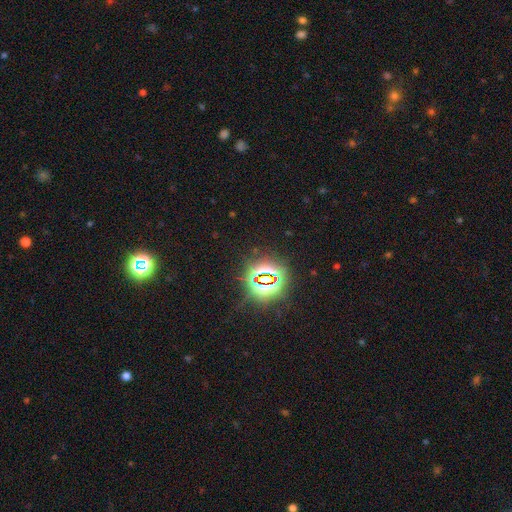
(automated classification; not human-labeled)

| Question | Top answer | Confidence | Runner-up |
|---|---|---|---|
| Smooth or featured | star or artifact | 80% | smooth (15%) |